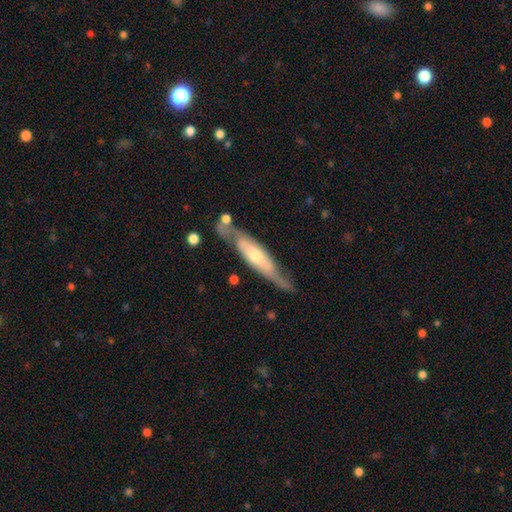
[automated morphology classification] The model was most divided on "edge-on disk": yes: 54%, no: 46%. More confident: smooth or featured — featured or disk (65%); merging — none (64%).